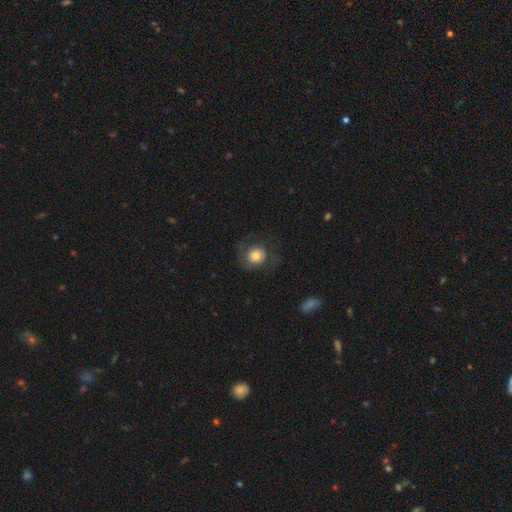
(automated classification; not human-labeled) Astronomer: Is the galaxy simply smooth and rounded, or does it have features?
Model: smooth — 60%.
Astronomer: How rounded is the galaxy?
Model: round — 85%.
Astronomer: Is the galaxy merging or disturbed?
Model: none — 63%.